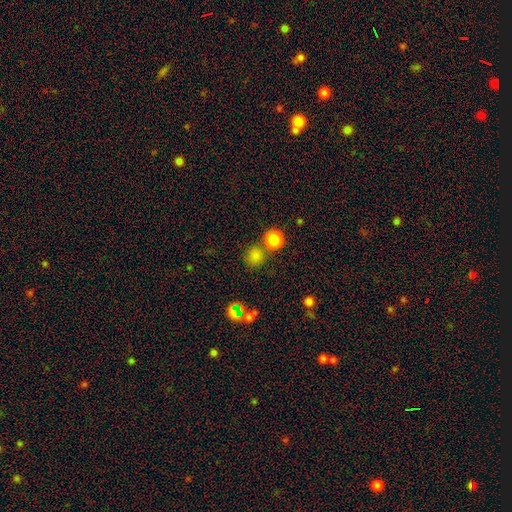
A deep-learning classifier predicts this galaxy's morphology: smooth-or-featured: smooth: 79% | star or artifact: 16% | featured or disk: 6%
  how-rounded: round: 88% | in between: 11% | cigar-shaped: 1%
  merging: none: 66% | merger: 21% | minor disturbance: 8% | major disturbance: 4%